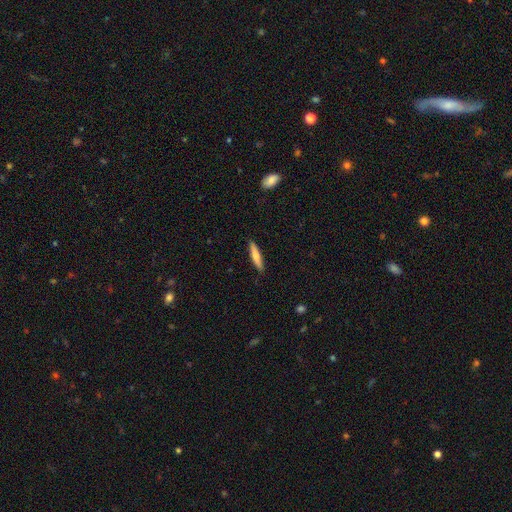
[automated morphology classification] Smooth or featured?
  - smooth: 71% *
  - featured or disk: 23%
  - star or artifact: 6%
How rounded?
  - cigar-shaped: 87% *
  - in between: 11%
  - round: 1%
Merging?
  - none: 89% *
  - minor disturbance: 8%
  - major disturbance: 2%
  - merger: 1%